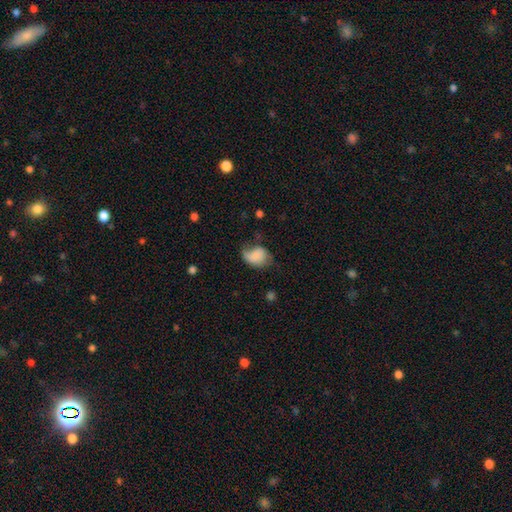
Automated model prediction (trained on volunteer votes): This appears to be a smooth galaxy with no disk features (68%) that is in between round and cigar-shaped (64%). Merging: none (35%).